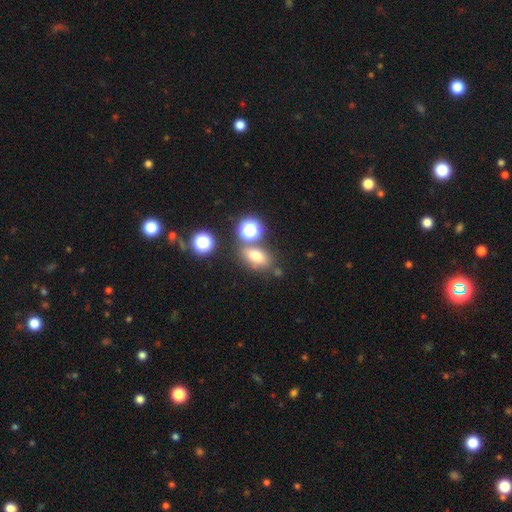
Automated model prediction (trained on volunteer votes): smooth_or_featured: smooth (p=0.72) [alt: star or artifact p=0.18]
how_rounded: in between (p=0.71) [alt: round p=0.26]
merging: none (p=0.66) [alt: merger p=0.16]